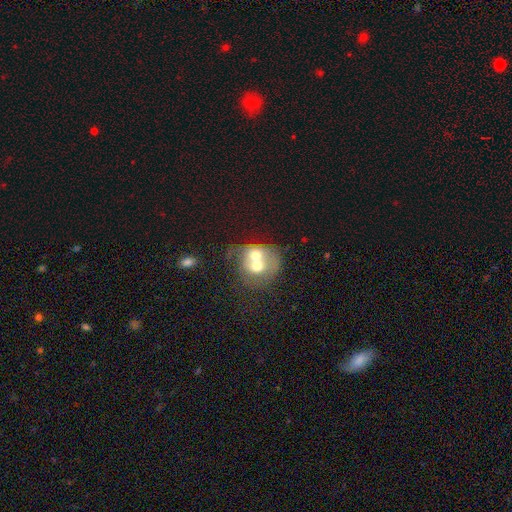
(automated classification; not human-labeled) smooth 53%, featured or disk 40%, star or artifact 8%. Down the decision tree: how rounded — round (65%); merging — merger (76%).